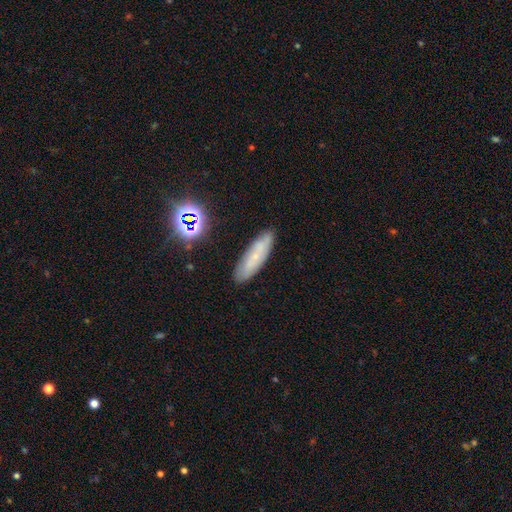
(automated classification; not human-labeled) Q: Smooth or featured?
A: smooth (51%); runner-up: featured or disk (37%)
Q: How rounded?
A: cigar-shaped (63%); runner-up: in between (34%)
Q: Merging?
A: none (83%); runner-up: minor disturbance (12%)